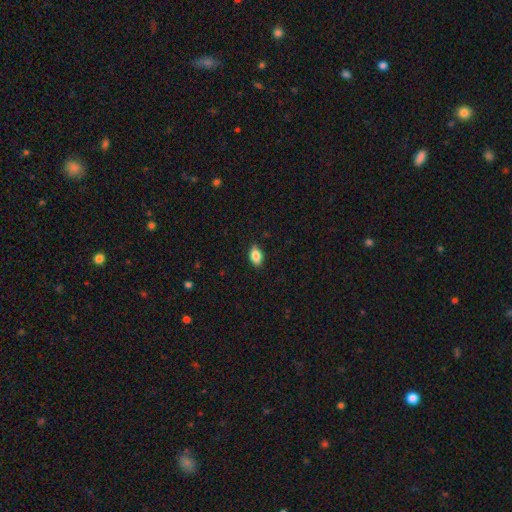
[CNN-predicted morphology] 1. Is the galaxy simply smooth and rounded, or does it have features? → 84% smooth, 8% featured or disk, 8% star or artifact.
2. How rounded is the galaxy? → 88% in between, 8% round, 3% cigar-shaped.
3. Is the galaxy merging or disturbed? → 86% none, 11% minor disturbance, 2% major disturbance, 1% merger.